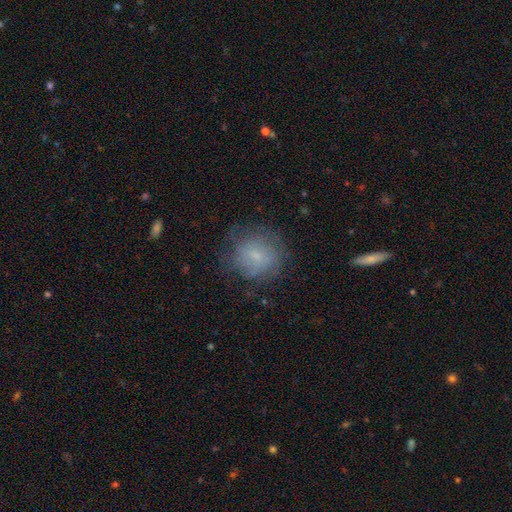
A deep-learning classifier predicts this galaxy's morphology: A smooth galaxy with no disk features (59%) that is round (85%).

Vote fractions:
- Smooth or featured? smooth: 59% / featured or disk: 29% / star or artifact: 12%
- How rounded? round: 85% / in between: 14% / cigar-shaped: 1%
- Merging? none: 71% / minor disturbance: 19% / major disturbance: 9% / merger: 1%